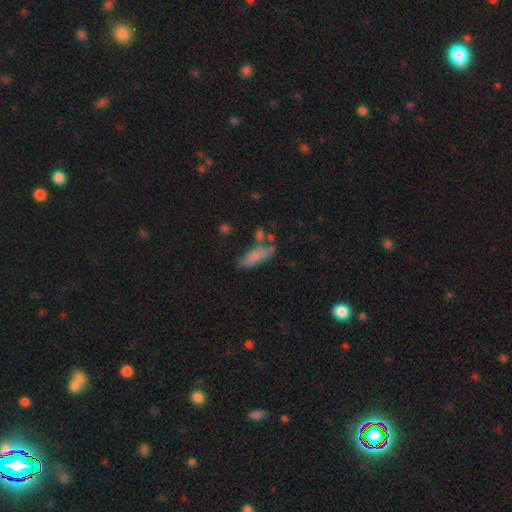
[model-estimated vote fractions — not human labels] smooth-or-featured: smooth: 72% | featured or disk: 18% | star or artifact: 9%
  how-rounded: in between: 49% | cigar-shaped: 48% | round: 3%
  merging: none: 49% | minor disturbance: 24% | merger: 16% | major disturbance: 12%